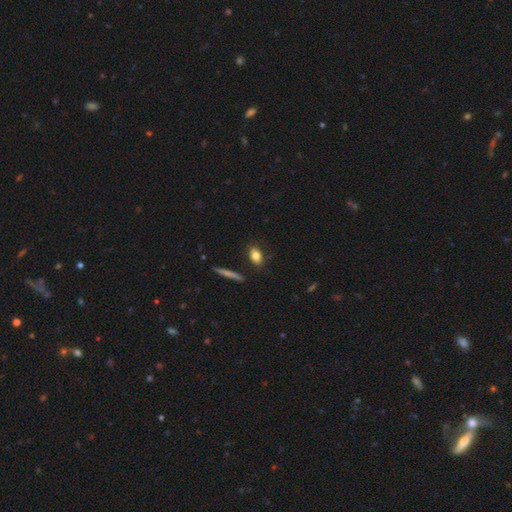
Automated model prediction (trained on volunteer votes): A smooth galaxy with no disk features (80%) that is in between round and cigar-shaped (79%).

Vote fractions:
- Smooth or featured? smooth: 80% / featured or disk: 12% / star or artifact: 8%
- How rounded? in between: 79% / round: 14% / cigar-shaped: 7%
- Merging? none: 85% / minor disturbance: 11% / major disturbance: 2% / merger: 2%